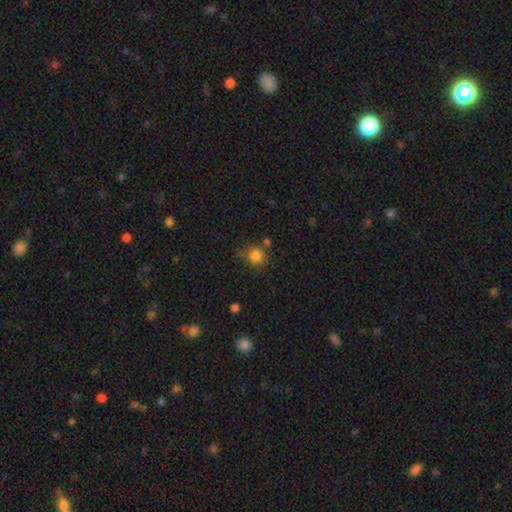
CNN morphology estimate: The model was most divided on "merging": none: 73%, minor disturbance: 14%, merger: 8%, major disturbance: 5%. More confident: how rounded — round (89%); smooth or featured — smooth (85%).